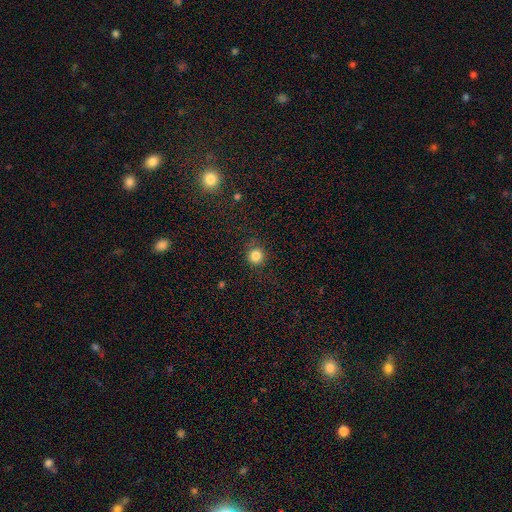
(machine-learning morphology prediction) Overall: smooth (83%). How rounded: round (93%). Merging: none (87%).